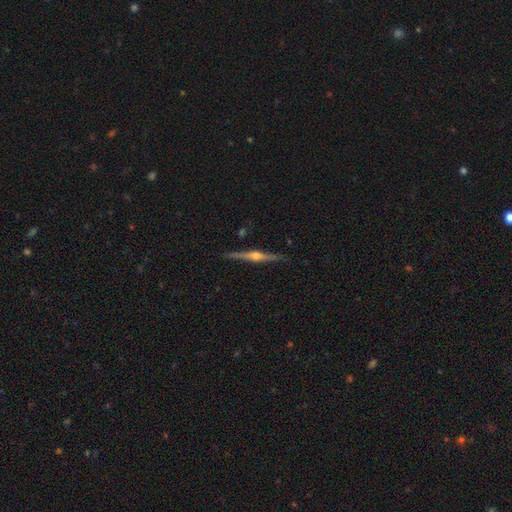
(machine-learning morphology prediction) A featured or disk galaxy (82%) viewed edge-on (98%) with a rounded central bulge (93%). Merging: none (89%).